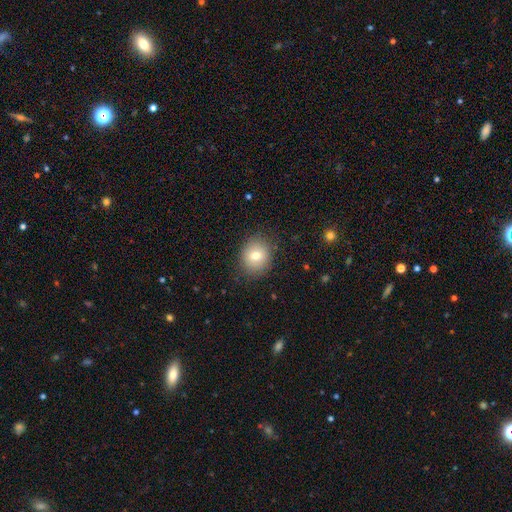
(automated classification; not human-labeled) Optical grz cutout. It shows a smooth galaxy with no disk features (76%) that is round (74%). Merging: none (85%).